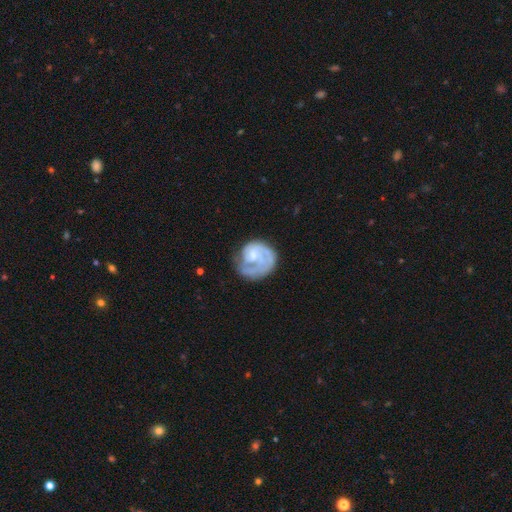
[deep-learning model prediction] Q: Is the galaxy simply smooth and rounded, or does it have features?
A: featured or disk — 70%.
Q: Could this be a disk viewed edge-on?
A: no — 98%.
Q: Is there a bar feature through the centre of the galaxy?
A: no — 63%.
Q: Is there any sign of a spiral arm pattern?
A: yes — 84%.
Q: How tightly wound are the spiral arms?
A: tight — 54%.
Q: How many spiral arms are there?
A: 1 — 51%.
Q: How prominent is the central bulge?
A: small — 39%.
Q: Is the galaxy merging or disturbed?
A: none — 53%.